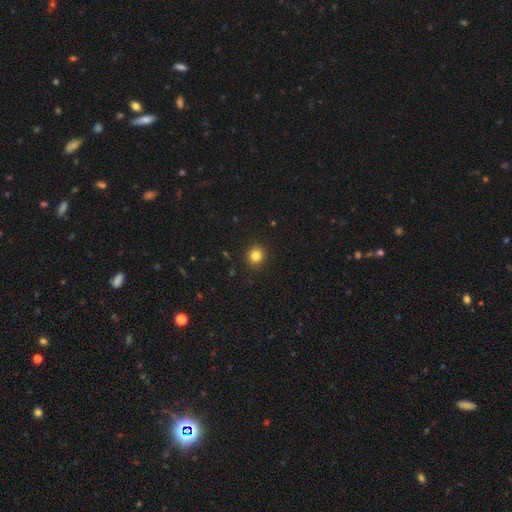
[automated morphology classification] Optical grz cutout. It shows a smooth galaxy with no disk features (82%) that is round (87%). Merging: none (92%).